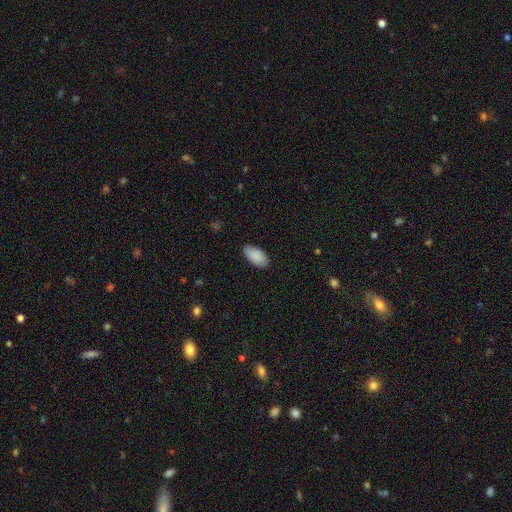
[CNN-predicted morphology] smooth 90%, star or artifact 6%, featured or disk 4%. Down the decision tree: how rounded — in between (95%); merging — none (87%).